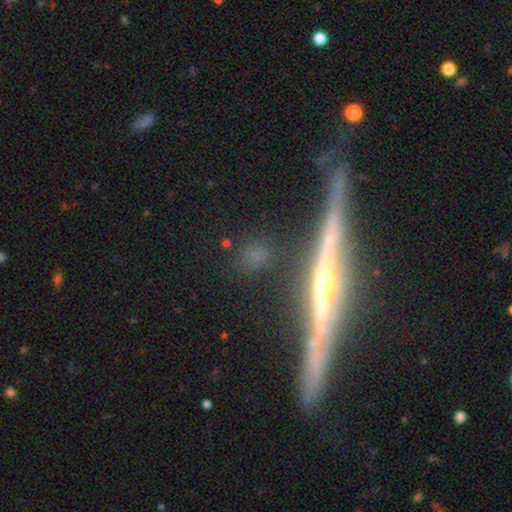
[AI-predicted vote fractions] Smooth or featured? Predicted: featured or disk (p=0.52). Edge-on disk? Predicted: yes (p=0.89). Merging? Predicted: none (p=0.79).